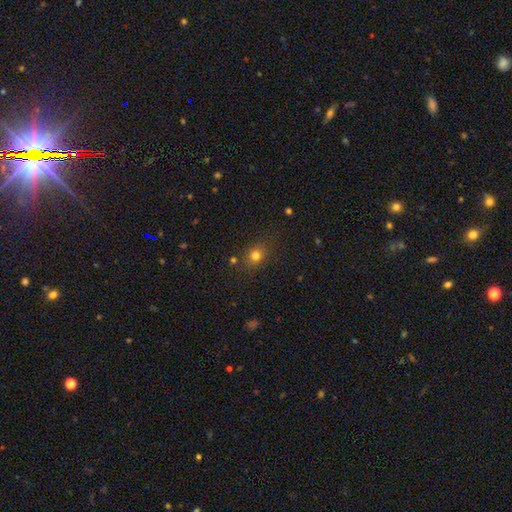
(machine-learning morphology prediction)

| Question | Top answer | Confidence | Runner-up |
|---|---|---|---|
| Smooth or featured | smooth | 77% | star or artifact (15%) |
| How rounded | round | 67% | in between (32%) |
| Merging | none | 81% | minor disturbance (12%) |